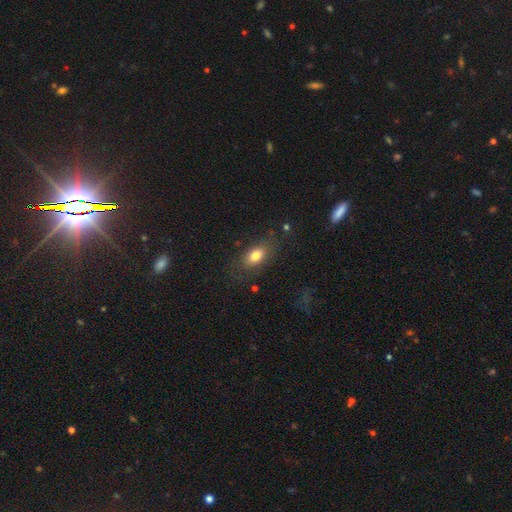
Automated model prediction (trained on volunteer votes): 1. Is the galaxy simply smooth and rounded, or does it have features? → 77% smooth, 14% featured or disk, 9% star or artifact.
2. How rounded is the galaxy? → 87% in between, 8% round, 6% cigar-shaped.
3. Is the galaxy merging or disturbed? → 77% none, 15% minor disturbance, 6% major disturbance, 2% merger.